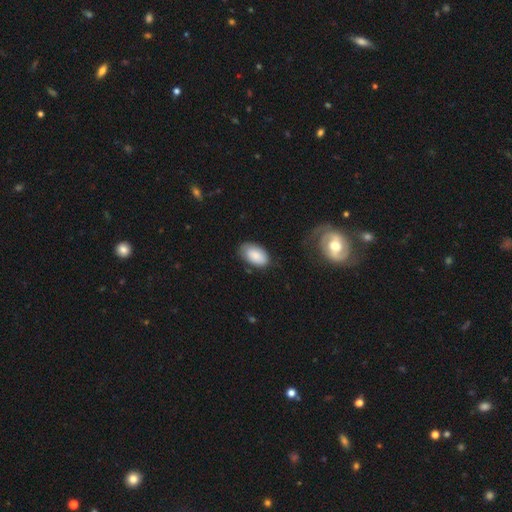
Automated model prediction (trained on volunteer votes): Q: Smooth or featured?
A: smooth (84%); runner-up: featured or disk (9%)
Q: How rounded?
A: in between (95%); runner-up: round (4%)
Q: Merging?
A: none (72%); runner-up: minor disturbance (20%)